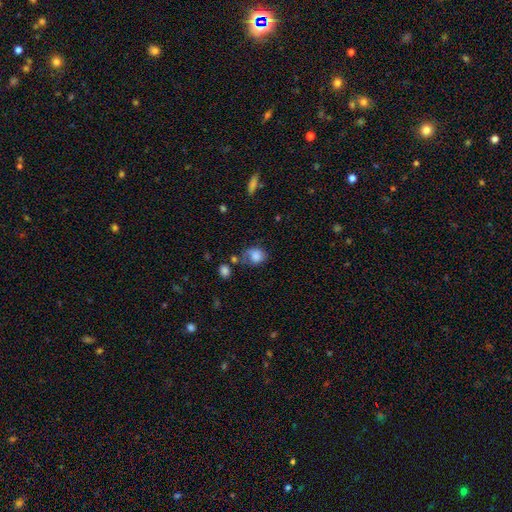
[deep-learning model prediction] Smooth or featured? Predicted: smooth (p=0.75). How rounded? Predicted: in between (p=0.51). Merging? Predicted: none (p=0.37).